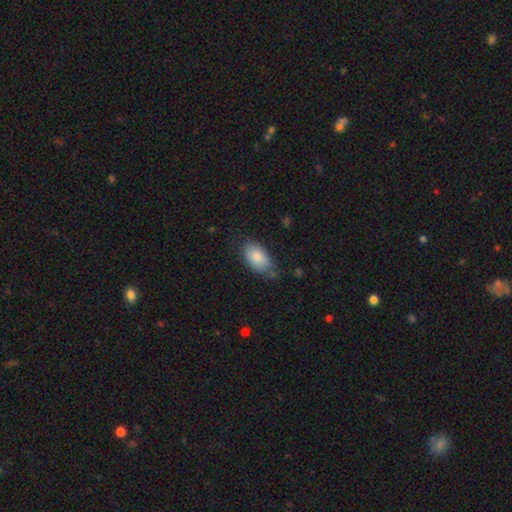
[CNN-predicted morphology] Smooth or featured? smooth (81%)
How rounded? in between (92%)
Merging? none (69%)